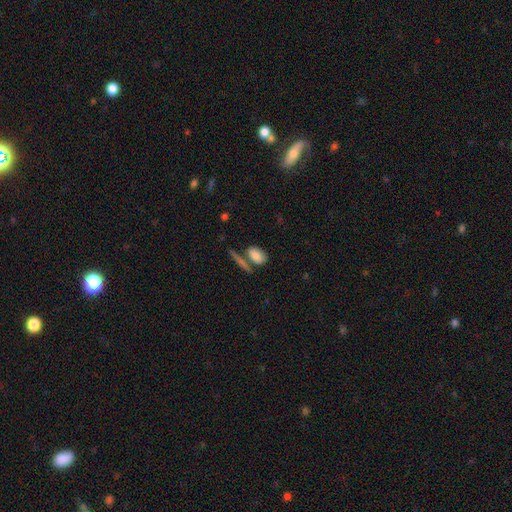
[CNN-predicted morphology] type=smooth (78%); roundness=in between (87%); merging=none (53%).